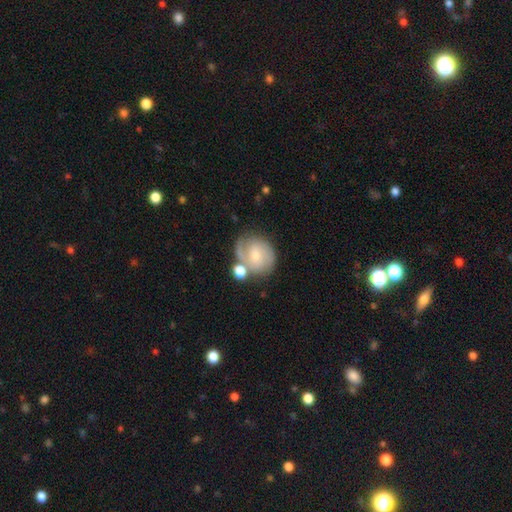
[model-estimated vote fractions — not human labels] Overall: featured or disk (66%; smooth 27%). Edge-on disk: no (98%). Bar: no (51%; weak 41%). Spiral arms: yes (91%). Spiral arm count: 2 (62%). Spiral winding: medium (45%; tight 35%). Bulge size: small (65%; moderate 27%). Merging: none (57%; minor disturbance 17%).